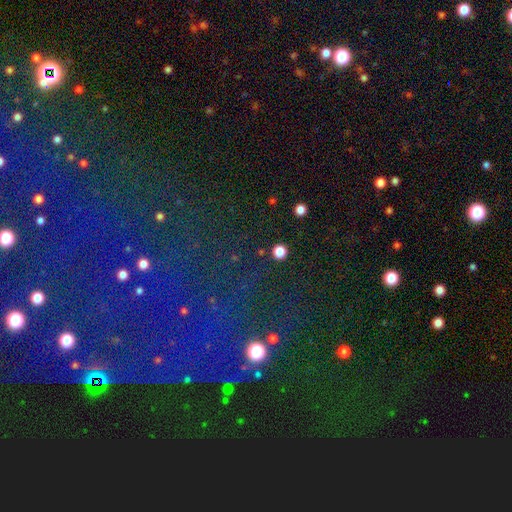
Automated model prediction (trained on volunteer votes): Smooth or featured: star or artifact — 76% (smooth — 14%)